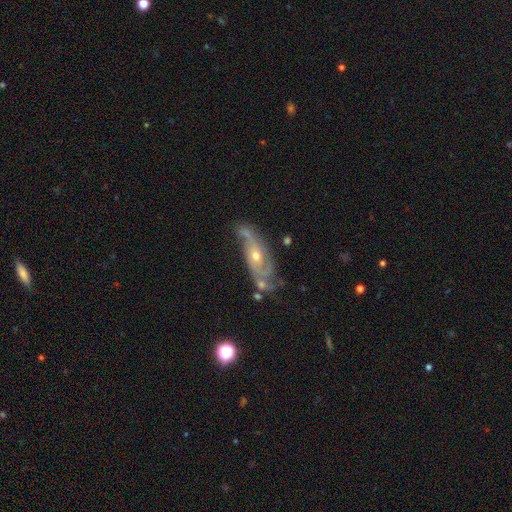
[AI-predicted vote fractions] Overall: featured or disk (82%). Edge-on disk: no (86%). Bar: no (70%). Spiral arms: yes (90%). Spiral arm count: 2 (56%; can't tell 23%). Spiral winding: medium (41%; tight 30%). Bulge size: moderate (48%, tied with small). Merging: none (56%; minor disturbance 24%).